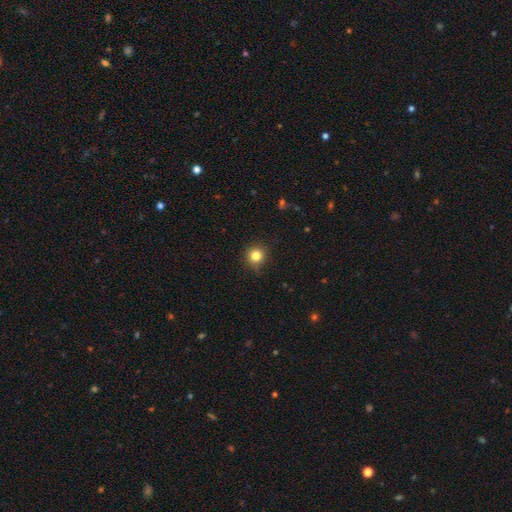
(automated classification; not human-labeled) Morphology: type=smooth (82%); roundness=round (92%); merging=none (85%).